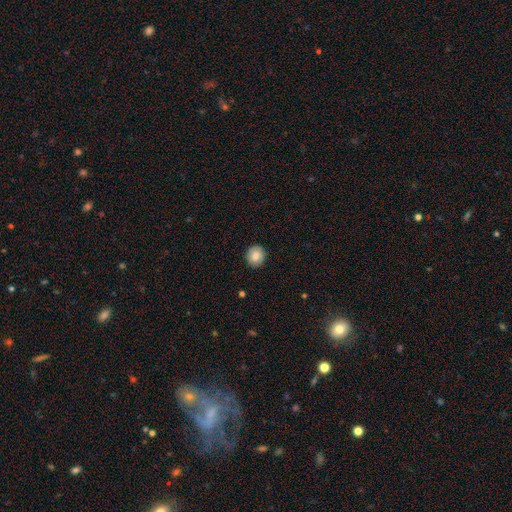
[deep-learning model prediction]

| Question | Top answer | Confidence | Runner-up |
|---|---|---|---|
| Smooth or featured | smooth | 80% | featured or disk (12%) |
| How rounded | round | 86% | in between (13%) |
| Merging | none | 89% | minor disturbance (8%) |